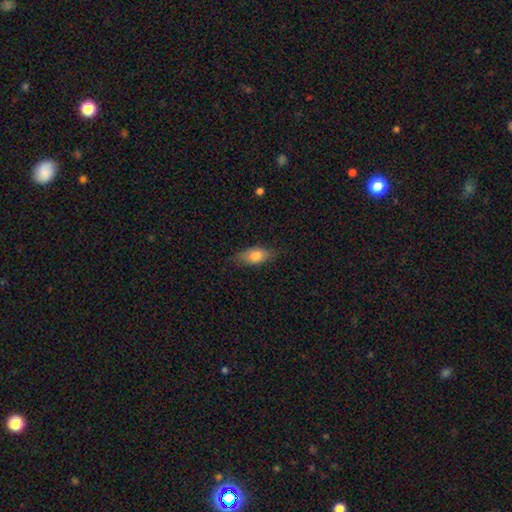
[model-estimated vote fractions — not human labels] smooth 76%, featured or disk 17%, star or artifact 7%. Down the decision tree: how rounded — in between (83%); merging — none (77%).